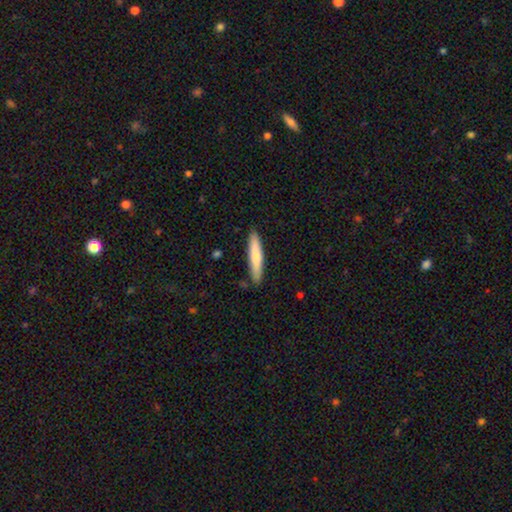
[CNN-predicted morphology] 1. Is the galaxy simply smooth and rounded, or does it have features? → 74% smooth, 21% featured or disk, 5% star or artifact.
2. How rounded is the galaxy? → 88% cigar-shaped, 11% in between, 1% round.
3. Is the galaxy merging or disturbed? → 88% none, 9% minor disturbance, 2% major disturbance, 1% merger.